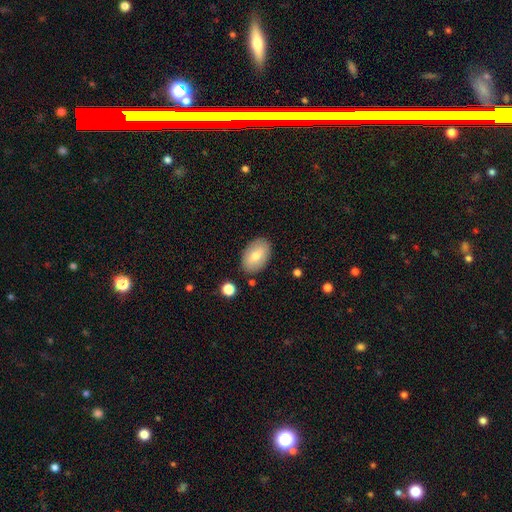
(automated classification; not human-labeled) This is likely a smooth galaxy (66%). How rounded: clearly in between (91%). Merging: clearly none (85%).